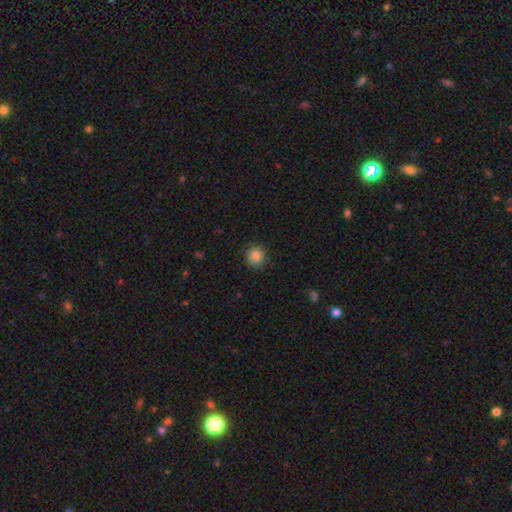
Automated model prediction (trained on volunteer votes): A smooth galaxy with no disk features (84%) that is round (91%).

Vote fractions:
- Smooth or featured? smooth: 84% / star or artifact: 10% / featured or disk: 6%
- How rounded? round: 91% / in between: 8% / cigar-shaped: 1%
- Merging? none: 87% / minor disturbance: 10% / major disturbance: 2% / merger: 1%